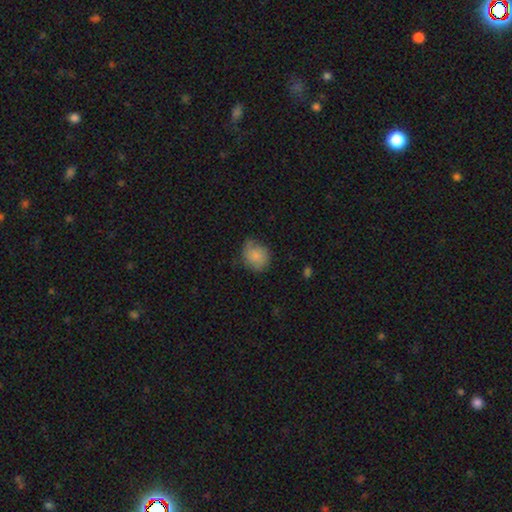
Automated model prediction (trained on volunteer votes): Morphology: type=smooth (75%); roundness=round (70%); merging=none (59%).